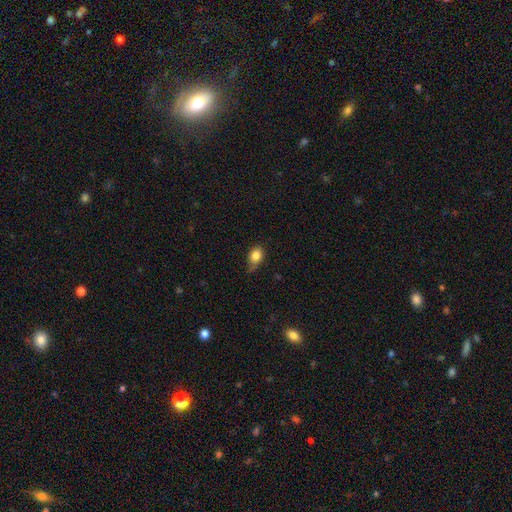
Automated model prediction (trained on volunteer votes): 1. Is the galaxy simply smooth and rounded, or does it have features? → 83% smooth, 9% star or artifact, 7% featured or disk.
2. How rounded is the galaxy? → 68% in between, 30% round, 2% cigar-shaped.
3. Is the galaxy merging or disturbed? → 52% none, 37% minor disturbance, 8% major disturbance, 2% merger.